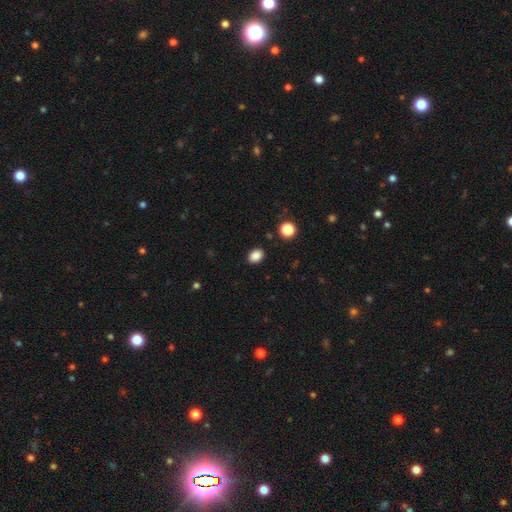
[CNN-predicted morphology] A smooth galaxy with no disk features (86%) that is in between round and cigar-shaped (64%).

Vote fractions:
- Smooth or featured? smooth: 86% / star or artifact: 10% / featured or disk: 3%
- How rounded? in between: 64% / round: 35% / cigar-shaped: 1%
- Merging? none: 88% / minor disturbance: 8% / major disturbance: 2% / merger: 2%